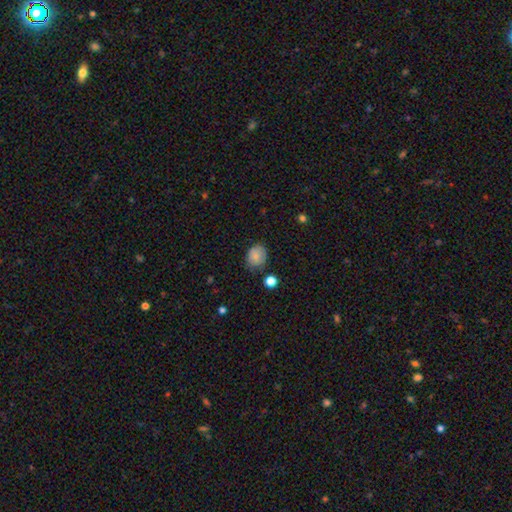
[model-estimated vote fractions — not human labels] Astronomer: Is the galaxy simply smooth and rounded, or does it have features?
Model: smooth — 80%.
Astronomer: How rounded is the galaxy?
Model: round — 60% (runner-up: in between, 39%).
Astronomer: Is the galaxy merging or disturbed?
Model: none — 69%.